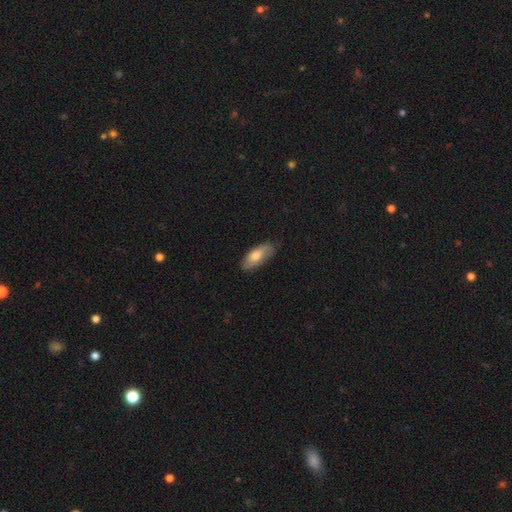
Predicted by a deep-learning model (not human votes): smooth-or-featured: smooth: 70% | featured or disk: 23% | star or artifact: 6%
  how-rounded: in between: 80% | cigar-shaped: 17% | round: 2%
  merging: none: 80% | minor disturbance: 16% | major disturbance: 3% | merger: 1%